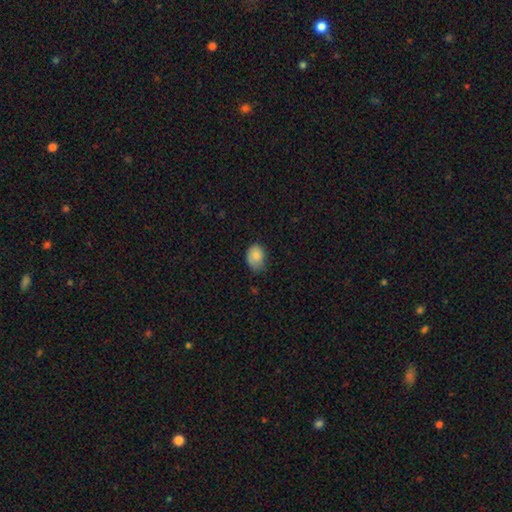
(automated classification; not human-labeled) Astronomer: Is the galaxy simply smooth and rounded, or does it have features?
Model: smooth — 81%.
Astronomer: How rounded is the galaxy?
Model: in between — 73%.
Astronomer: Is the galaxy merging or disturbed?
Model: none — 49% (runner-up: minor disturbance, 39%).